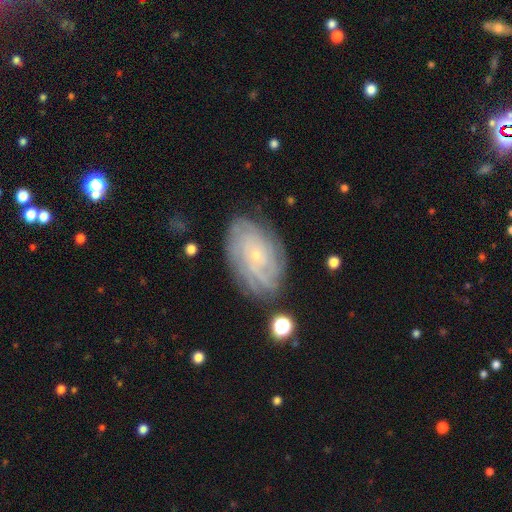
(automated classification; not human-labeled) Q: Smooth or featured?
A: featured or disk (79%); runner-up: smooth (13%)
Q: Edge-on disk?
A: no (96%); runner-up: yes (4%)
Q: Bar?
A: no (81%); runner-up: weak (15%)
Q: Spiral arms?
A: yes (94%); runner-up: no (6%)
Q: Spiral winding?
A: tight (76%); runner-up: medium (19%)
Q: Spiral arm count?
A: can't tell (37%); runner-up: 4 (20%)
Q: Bulge size?
A: small (85%); runner-up: moderate (12%)
Q: Merging?
A: none (77%); runner-up: minor disturbance (16%)